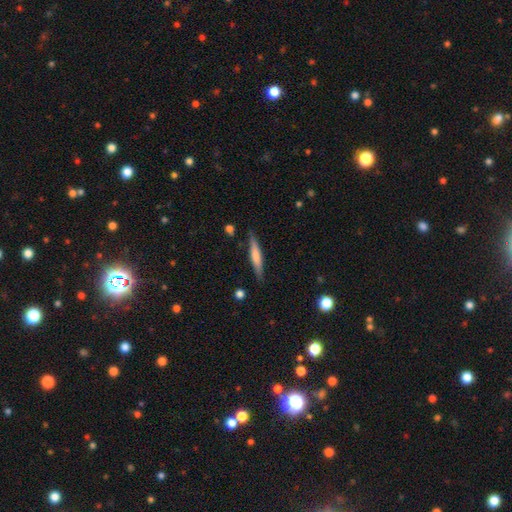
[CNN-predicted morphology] A smooth galaxy with no disk features (58%) that is cigar-shaped (92%). Merging: none (85%).